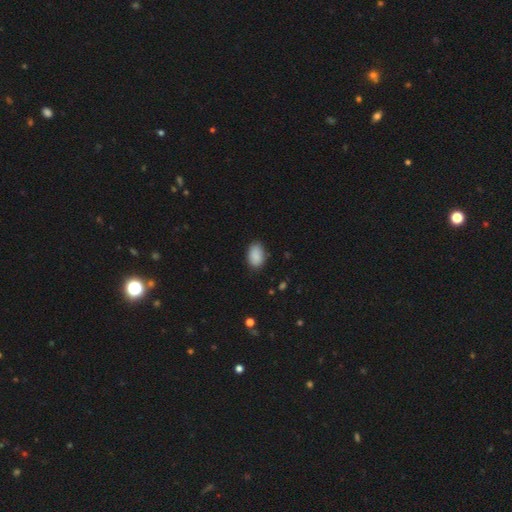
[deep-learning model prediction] The model was most divided on "merging": none: 82%, minor disturbance: 14%, major disturbance: 3%, merger: 1%. More confident: smooth or featured — smooth (89%); how rounded — in between (89%).